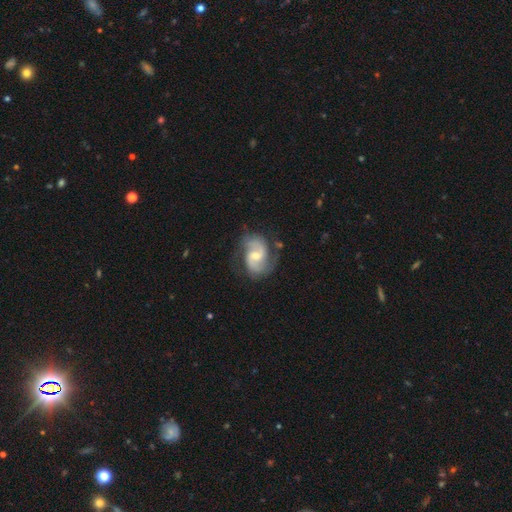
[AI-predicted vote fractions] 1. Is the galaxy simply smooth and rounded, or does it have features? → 85% featured or disk, 10% smooth, 5% star or artifact.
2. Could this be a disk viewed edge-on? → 98% no, 2% yes.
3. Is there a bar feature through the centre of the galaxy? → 50% weak, 40% no, 11% strong.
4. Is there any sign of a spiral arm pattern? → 96% yes, 4% no.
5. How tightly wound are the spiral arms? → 54% medium, 26% loose, 20% tight.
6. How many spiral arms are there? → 88% 2, 5% can't tell, 3% 3, 2% 1, 1% 4, 1% more than 4.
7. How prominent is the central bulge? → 54% moderate, 41% small, 3% large, 2% none, 1% dominant.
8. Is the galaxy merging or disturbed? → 69% none, 20% minor disturbance, 9% major disturbance, 2% merger.